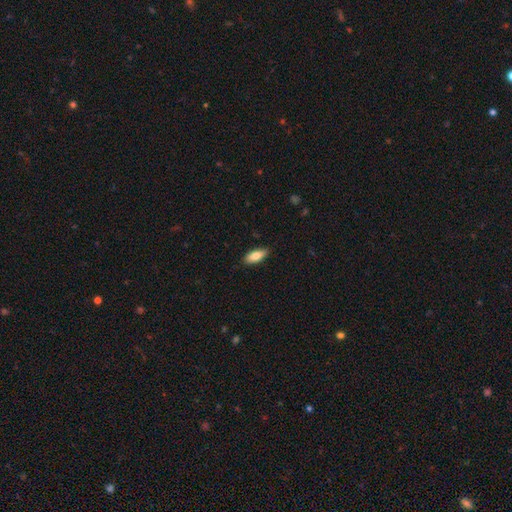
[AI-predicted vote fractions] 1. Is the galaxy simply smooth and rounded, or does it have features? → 81% smooth, 13% featured or disk, 6% star or artifact.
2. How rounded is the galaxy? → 79% in between, 19% cigar-shaped, 2% round.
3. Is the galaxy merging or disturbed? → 86% none, 11% minor disturbance, 2% major disturbance, 1% merger.